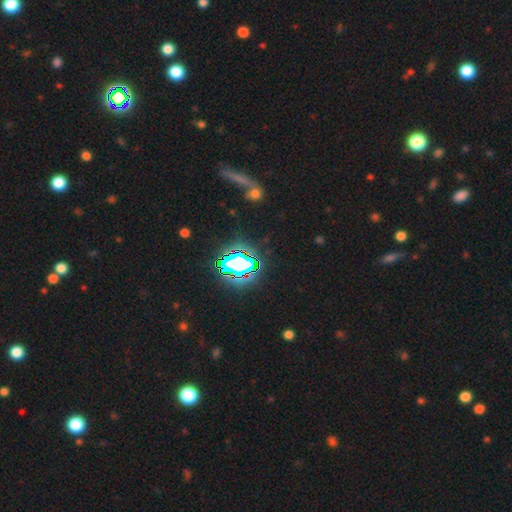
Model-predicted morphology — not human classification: Smooth or featured? star or artifact (77%)